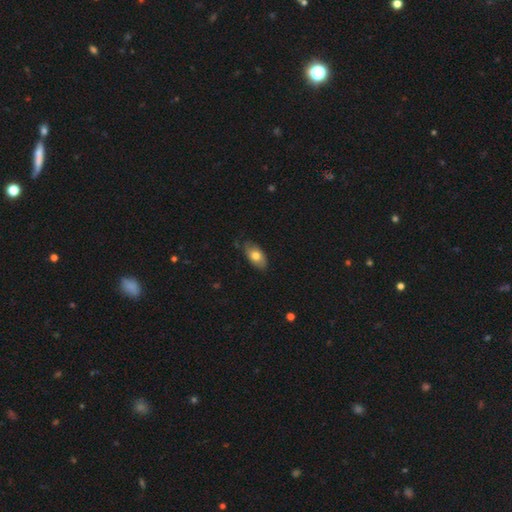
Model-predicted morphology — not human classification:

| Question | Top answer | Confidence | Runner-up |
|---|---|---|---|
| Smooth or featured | smooth | 72% | featured or disk (22%) |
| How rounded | in between | 92% | round (5%) |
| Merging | none | 74% | minor disturbance (21%) |